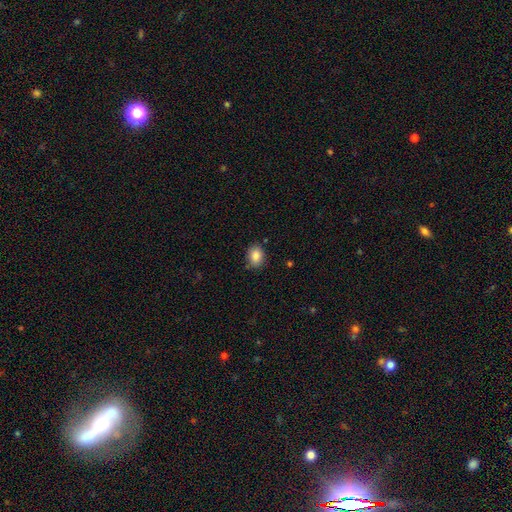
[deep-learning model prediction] This is clearly a smooth galaxy (86%). How rounded: possibly in between (59%). Merging: clearly none (83%).